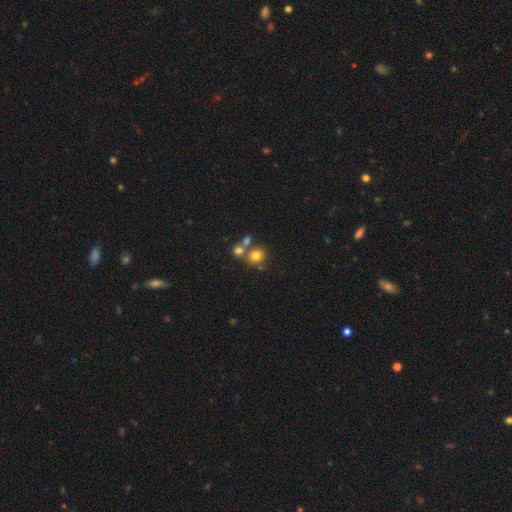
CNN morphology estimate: type=smooth (74%); roundness=round (79%); merging=none (54%).